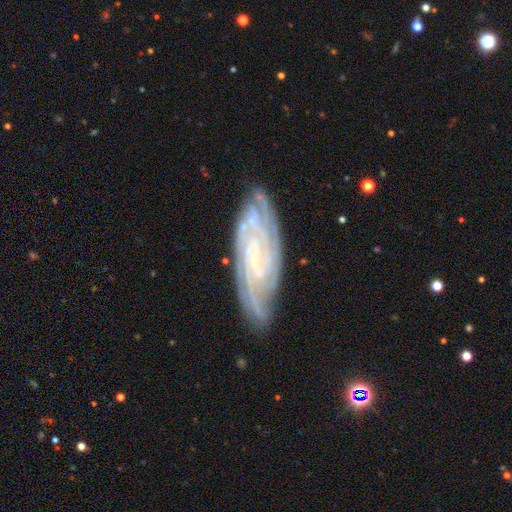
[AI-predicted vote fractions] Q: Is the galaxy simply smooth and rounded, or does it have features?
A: featured or disk — 85%.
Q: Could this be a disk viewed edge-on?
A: no — 90%.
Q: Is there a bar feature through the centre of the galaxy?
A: no — 54%.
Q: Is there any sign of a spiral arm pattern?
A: yes — 98%.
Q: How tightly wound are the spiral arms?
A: tight — 75%.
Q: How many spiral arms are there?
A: can't tell — 26%.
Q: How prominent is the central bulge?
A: small — 79%.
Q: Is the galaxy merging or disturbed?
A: none — 78%.